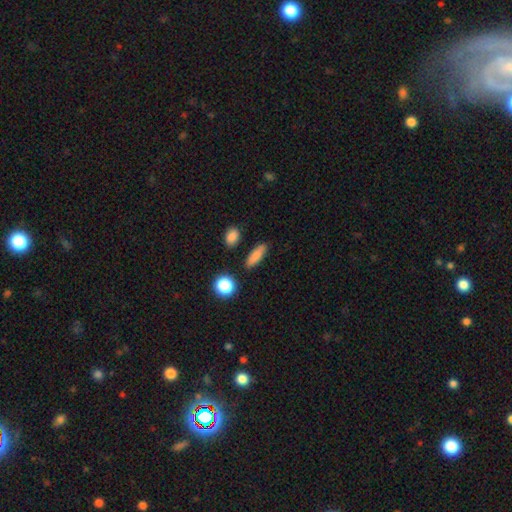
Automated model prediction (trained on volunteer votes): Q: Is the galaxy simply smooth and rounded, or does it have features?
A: smooth — 83%.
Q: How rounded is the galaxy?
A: in between — 47%.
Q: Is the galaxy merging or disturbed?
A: none — 86%.